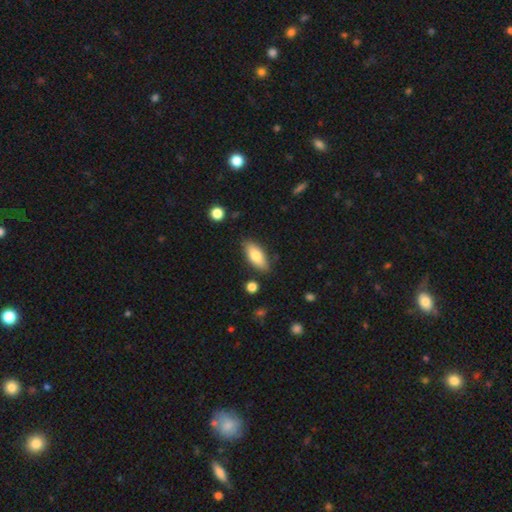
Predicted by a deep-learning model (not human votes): A smooth galaxy with no disk features (76%) that is in between round and cigar-shaped (80%).

Vote fractions:
- Smooth or featured? smooth: 76% / featured or disk: 17% / star or artifact: 6%
- How rounded? in between: 80% / cigar-shaped: 18% / round: 2%
- Merging? none: 83% / minor disturbance: 12% / merger: 3% / major disturbance: 2%